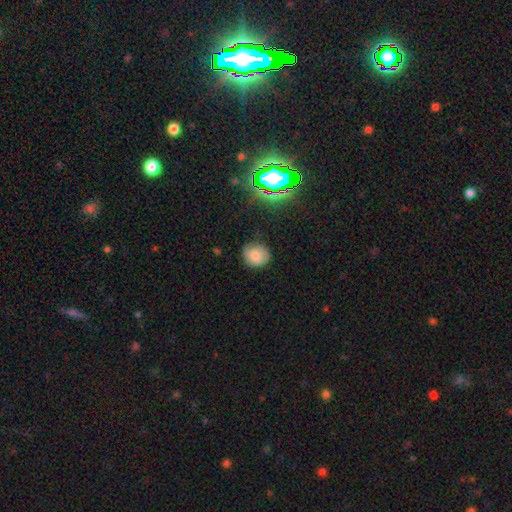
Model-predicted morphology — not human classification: Smooth or featured?
  - smooth: 71% *
  - featured or disk: 16%
  - star or artifact: 13%
How rounded?
  - round: 82% *
  - in between: 17%
  - cigar-shaped: 1%
Merging?
  - none: 81% *
  - minor disturbance: 15%
  - major disturbance: 3%
  - merger: 1%